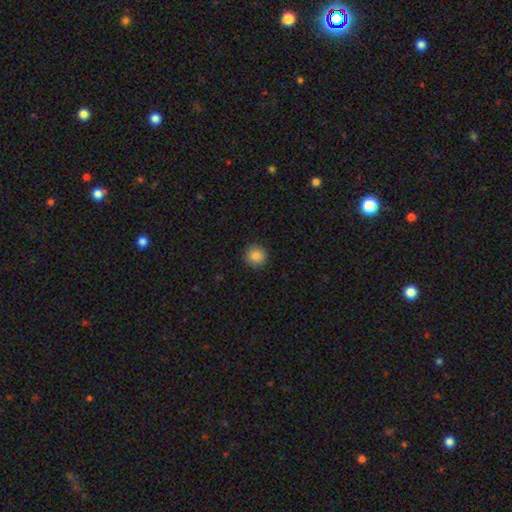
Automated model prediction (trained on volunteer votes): Overall: smooth (85%). How rounded: round (95%). Merging: none (92%).